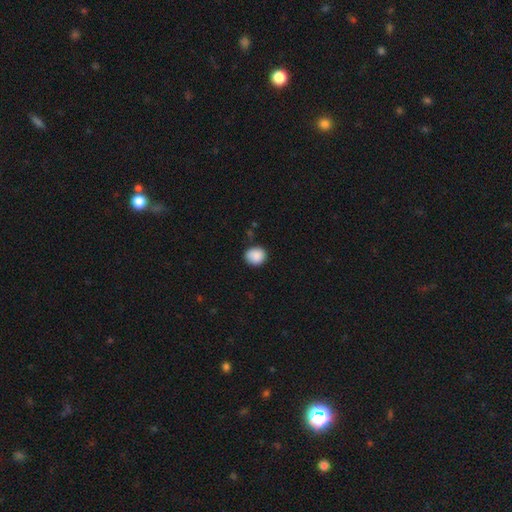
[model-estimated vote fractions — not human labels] Smooth or featured: smooth — 89% (star or artifact — 8%)
How rounded: round — 75% (in between — 24%)
Merging: none — 82% (minor disturbance — 14%)